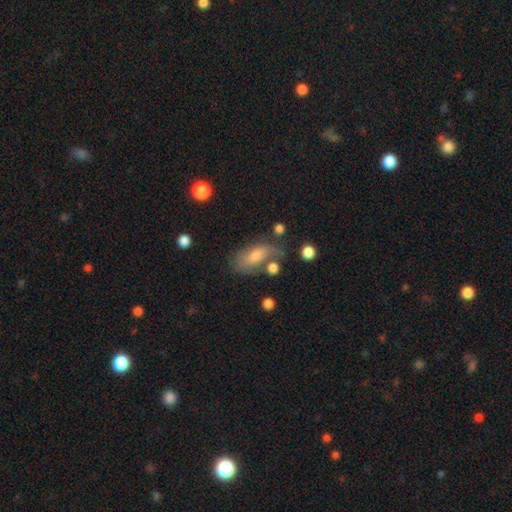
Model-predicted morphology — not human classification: Q: Smooth or featured?
A: smooth (61%); runner-up: featured or disk (28%)
Q: How rounded?
A: in between (85%); runner-up: cigar-shaped (9%)
Q: Merging?
A: none (48%); runner-up: minor disturbance (25%)